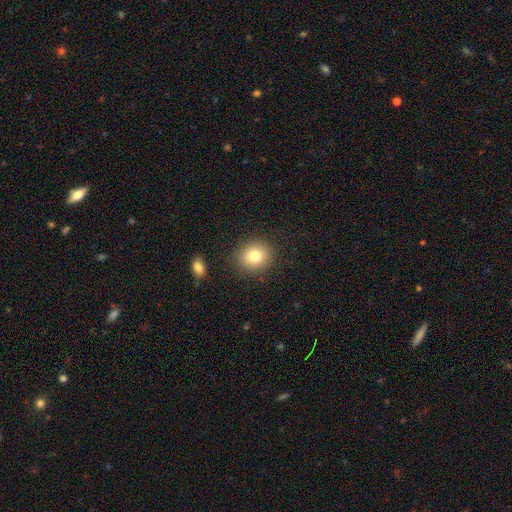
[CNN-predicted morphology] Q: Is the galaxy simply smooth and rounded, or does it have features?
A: smooth — 81%.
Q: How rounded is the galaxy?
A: round — 79%.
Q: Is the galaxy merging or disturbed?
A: none — 86%.